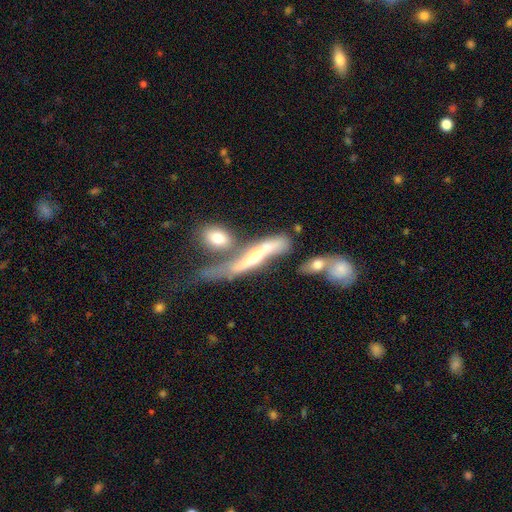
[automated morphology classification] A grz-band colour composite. It shows a featured or disk galaxy (59%) viewed edge-on (62%). Merging: merger (34%).